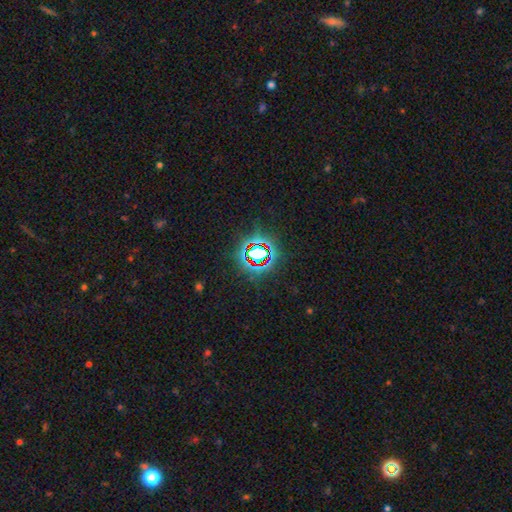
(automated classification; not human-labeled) Smooth or featured? Predicted: star or artifact (p=0.75).